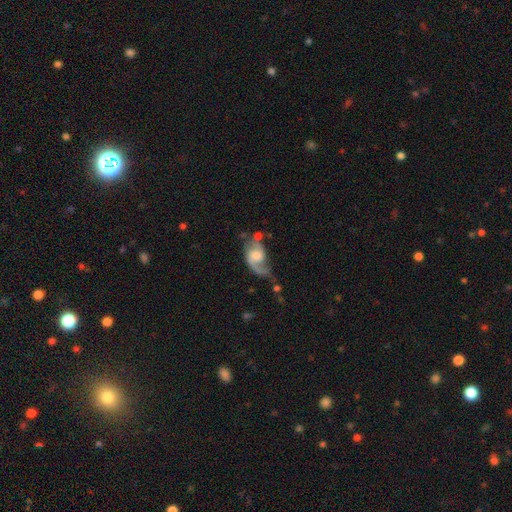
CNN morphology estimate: Overall: featured or disk (74%). Edge-on disk: no (96%). Bar: no (57%; weak 37%). Spiral arms: yes (91%). Spiral arm count: 2 (58%; 1 34%). Spiral winding: loose (49%; medium 38%). Bulge size: moderate (42%; small 22%). Merging: none (37%; major disturbance 28%).